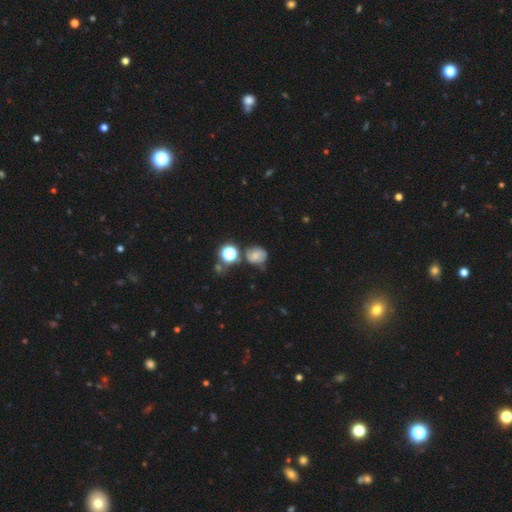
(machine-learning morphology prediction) type=smooth (57%); roundness=round (70%); merging=none (57%).